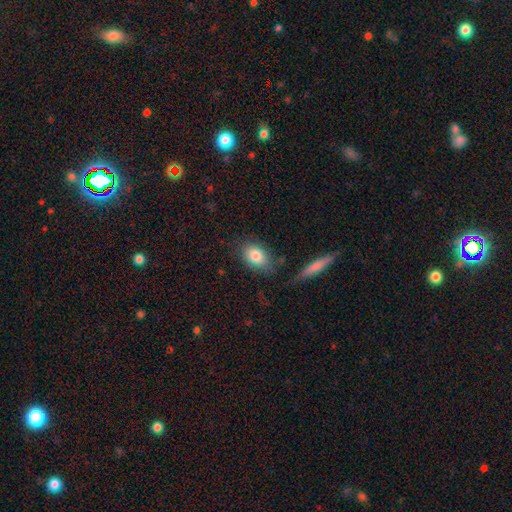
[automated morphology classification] Smooth or featured? smooth (81%)
How rounded? in between (73%)
Merging? none (73%)